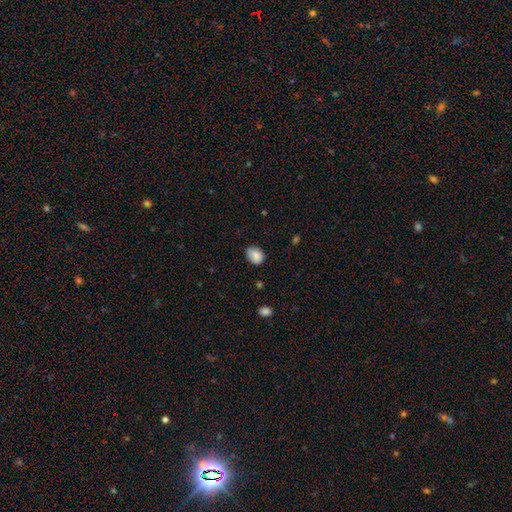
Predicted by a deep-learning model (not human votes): Q: Smooth or featured?
A: smooth (85%); runner-up: star or artifact (8%)
Q: How rounded?
A: in between (55%); runner-up: round (45%)
Q: Merging?
A: none (75%); runner-up: minor disturbance (20%)